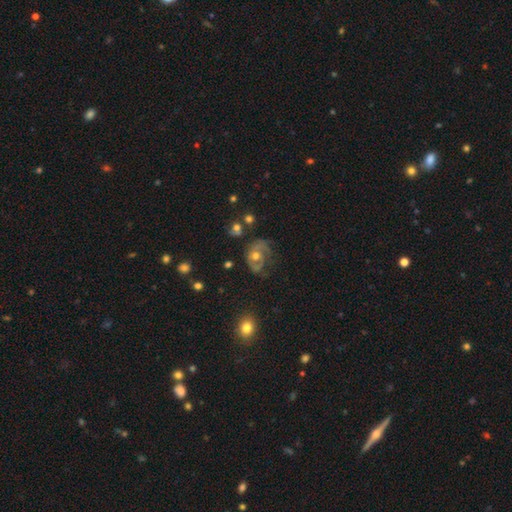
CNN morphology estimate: Smooth or featured? Predicted: featured or disk (p=0.66). Edge-on disk? Predicted: no (p=0.97). Bar? Predicted: no (p=0.78). Spiral arms? Predicted: yes (p=0.72). Bulge size? Predicted: moderate (p=0.72). Merging? Predicted: none (p=0.45).